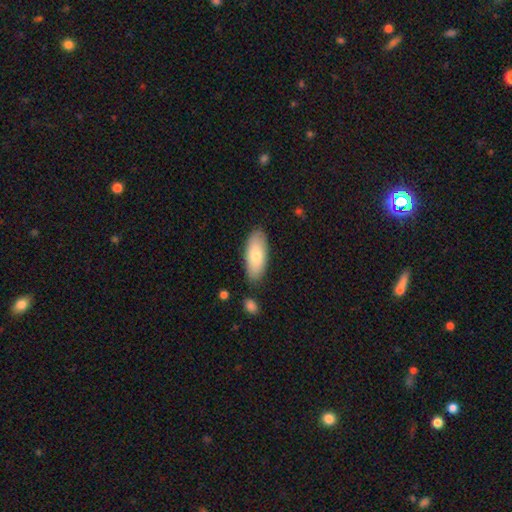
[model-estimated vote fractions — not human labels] This is likely a smooth galaxy (74%). How rounded: clearly in between (83%). Merging: clearly none (83%).